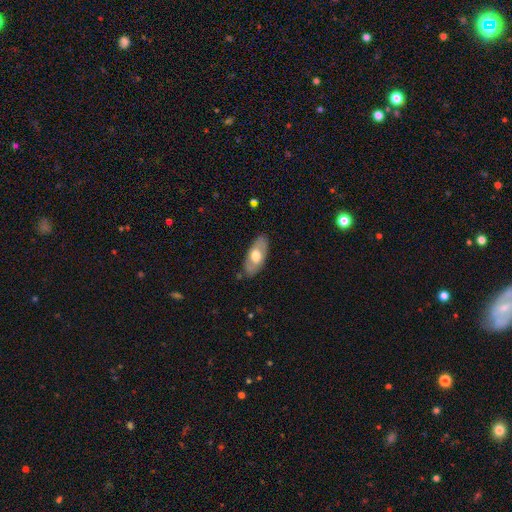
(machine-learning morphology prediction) type=smooth (57%); roundness=in between (89%); merging=none (81%).